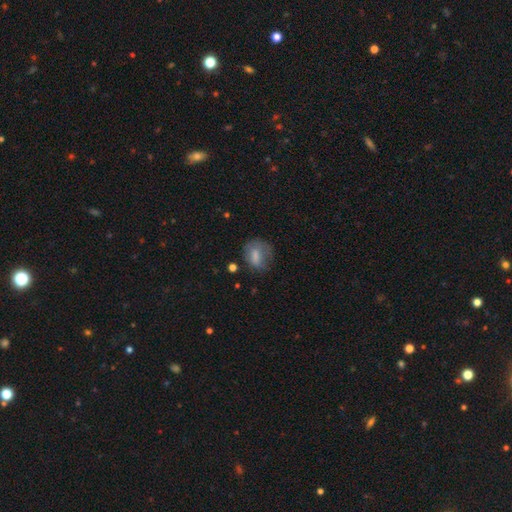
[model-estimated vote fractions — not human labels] Morphology: type=smooth (70%); roundness=in between (51%); merging=none (50%).